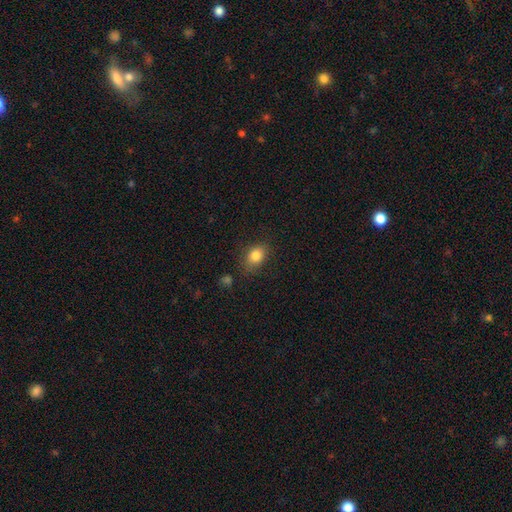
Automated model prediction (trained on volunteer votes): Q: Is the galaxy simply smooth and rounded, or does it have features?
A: smooth — 82%.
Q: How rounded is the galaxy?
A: in between — 64%.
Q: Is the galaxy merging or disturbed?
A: none — 77%.